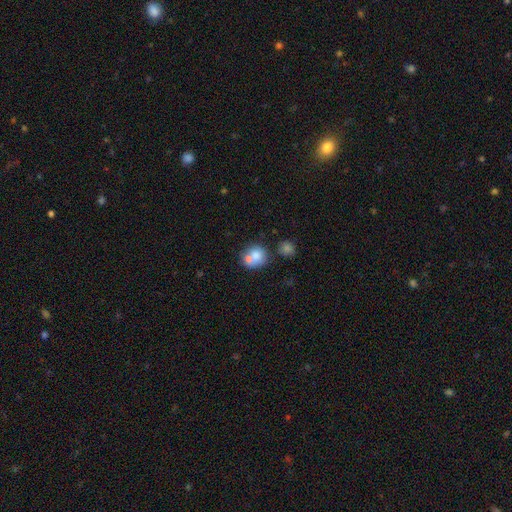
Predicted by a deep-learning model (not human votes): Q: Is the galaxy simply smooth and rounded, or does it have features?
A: smooth — 73%.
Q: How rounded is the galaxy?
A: round — 79%.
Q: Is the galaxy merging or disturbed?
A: merger — 45%.